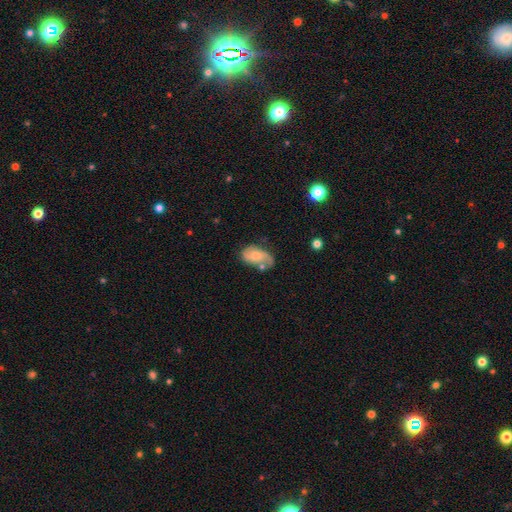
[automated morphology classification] This is possibly a featured or disk galaxy (51%). It is clearly not viewed edge-on (96%). Merging: possibly none (45%).